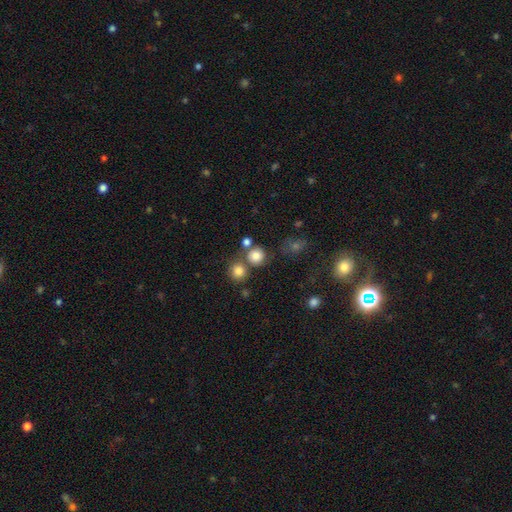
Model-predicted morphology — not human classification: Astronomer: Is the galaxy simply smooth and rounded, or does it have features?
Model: smooth — 80%.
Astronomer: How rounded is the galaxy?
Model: round — 88%.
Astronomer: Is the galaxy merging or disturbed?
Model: none — 66%.